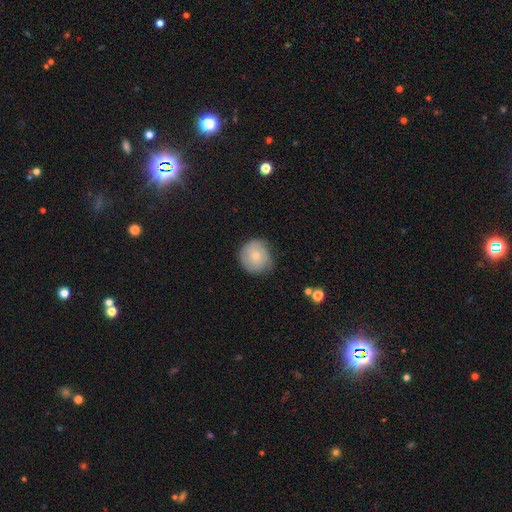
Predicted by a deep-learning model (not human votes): Smooth or featured? Predicted: smooth (p=0.69). How rounded? Predicted: round (p=0.86). Merging? Predicted: none (p=0.63).